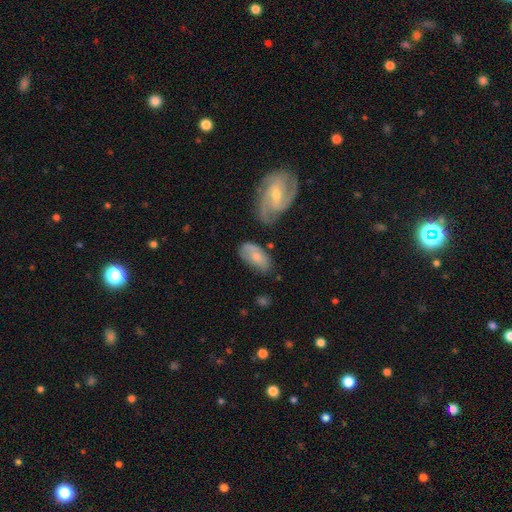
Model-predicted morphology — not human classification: Smooth or featured? smooth (57%)
How rounded? in between (92%)
Merging? none (47%)